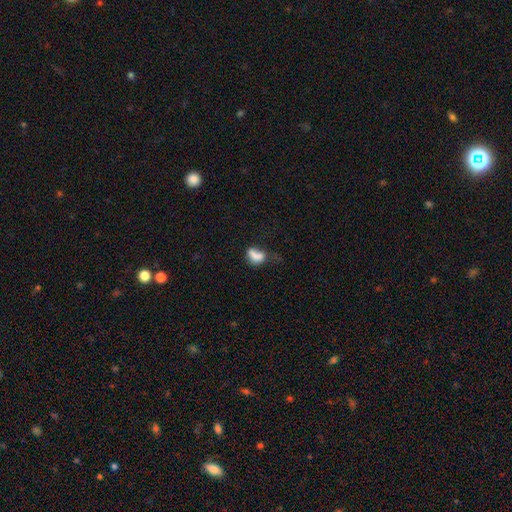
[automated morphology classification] type=smooth (68%); roundness=in between (77%); merging=major disturbance (30%).